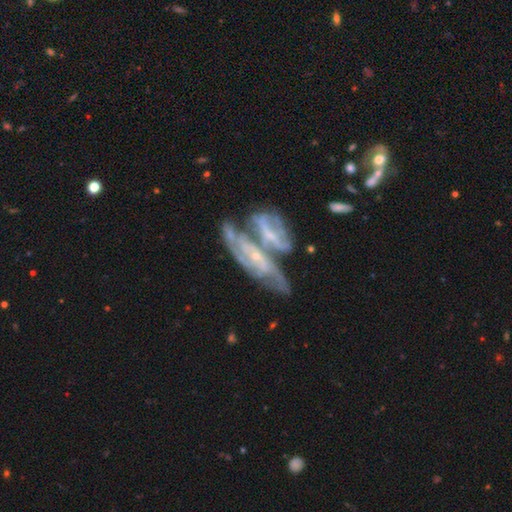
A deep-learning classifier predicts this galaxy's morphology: This is clearly a featured or disk galaxy (81%). It is clearly not viewed edge-on (89%). Bar: possibly no (47%). Spiral arm pattern: clearly yes (86%). Spiral arm count: marginally 2 (36%, tied with can't tell). Spiral winding: marginally tight (44%). Central bulge: likely small (73%). Merging: possibly merger (60%).